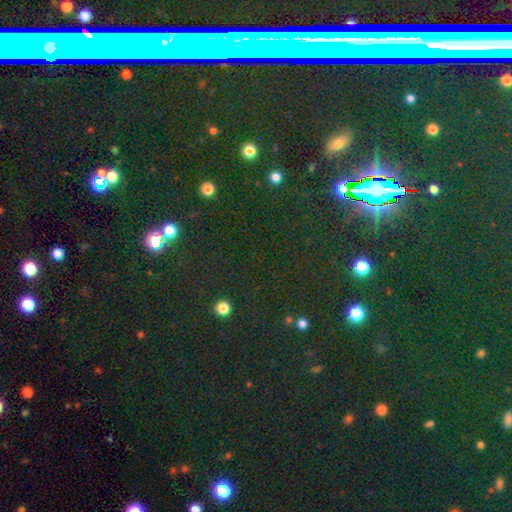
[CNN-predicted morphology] Smooth or featured?
  - star or artifact: 75% *
  - smooth: 16%
  - featured or disk: 10%